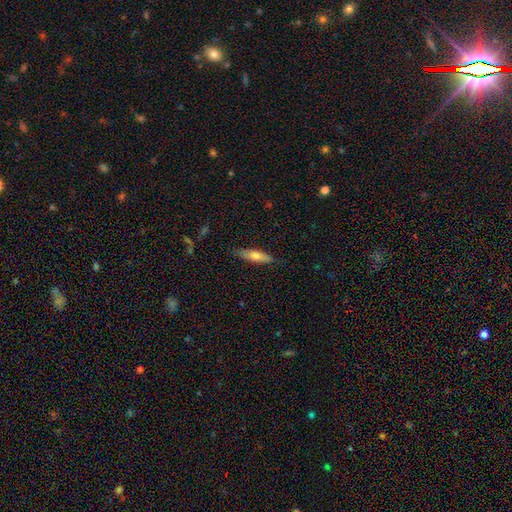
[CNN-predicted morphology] Overall: smooth (59%; featured or disk 34%). How rounded: cigar-shaped (74%). Merging: none (84%).